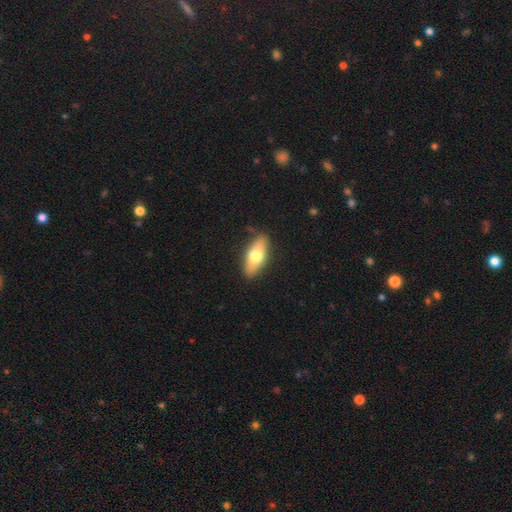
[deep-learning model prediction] Overall: smooth (61%; featured or disk 33%). How rounded: in between (74%). Merging: none (85%).